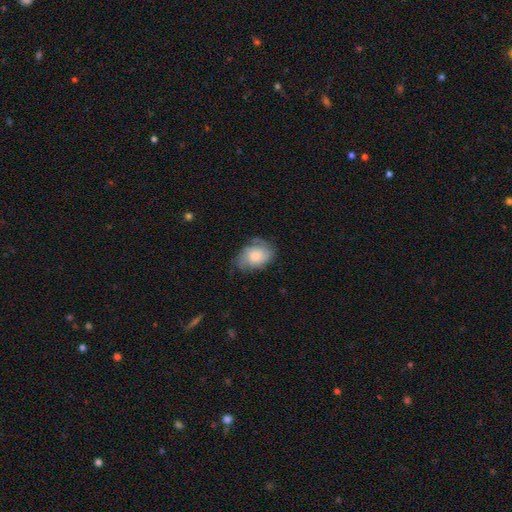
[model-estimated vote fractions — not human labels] Overall: smooth (52%; featured or disk 40%). How rounded: in between (71%). Merging: none (58%; minor disturbance 29%).